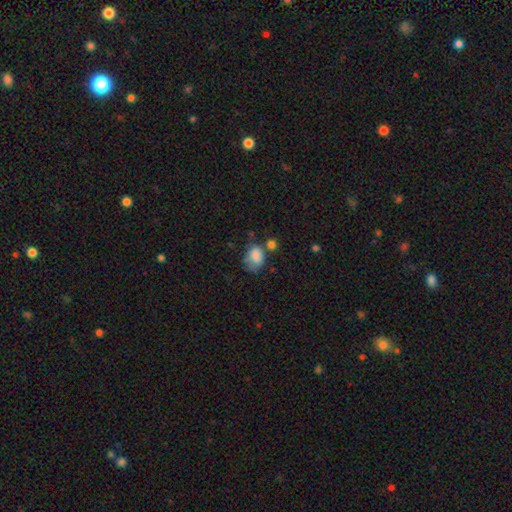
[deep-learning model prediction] This appears to be a smooth galaxy with no disk features (80%) that is in between round and cigar-shaped (68%). Merging: none (37%).